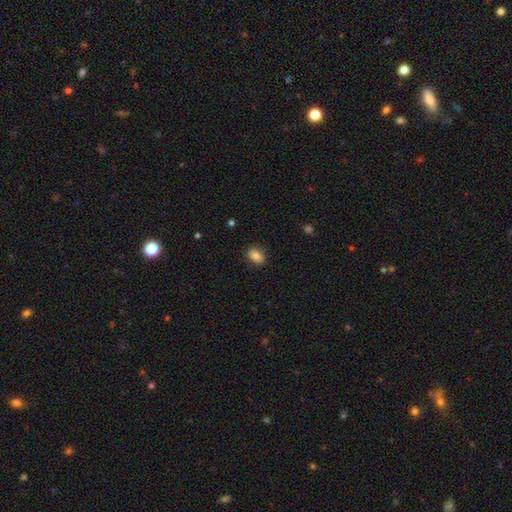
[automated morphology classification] Smooth or featured? Predicted: smooth (p=0.85). How rounded? Predicted: in between (p=0.84). Merging? Predicted: none (p=0.85).